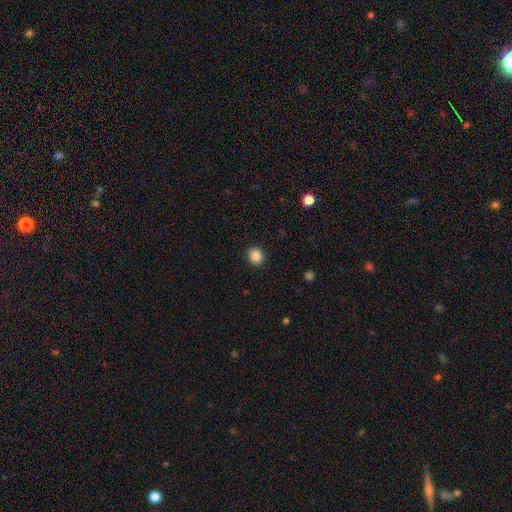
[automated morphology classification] The model was most divided on "how rounded": round: 76%, in between: 23%, cigar-shaped: 1%. More confident: merging — none (91%); smooth or featured — smooth (87%).